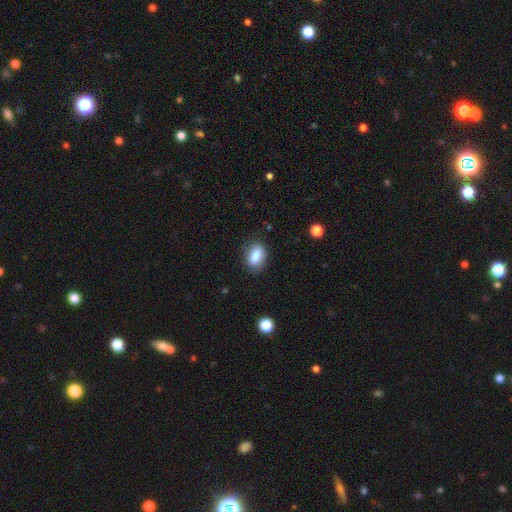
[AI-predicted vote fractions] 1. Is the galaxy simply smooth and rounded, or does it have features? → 85% smooth, 8% star or artifact, 6% featured or disk.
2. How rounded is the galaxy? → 85% in between, 13% round, 3% cigar-shaped.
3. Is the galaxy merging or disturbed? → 82% none, 13% minor disturbance, 3% major disturbance, 2% merger.